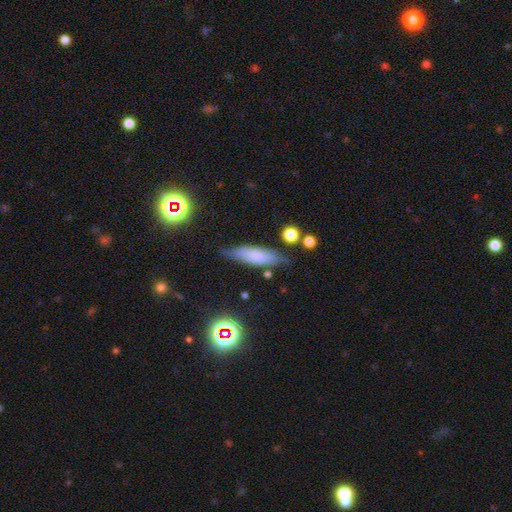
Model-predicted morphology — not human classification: This appears to be a smooth galaxy with no disk features (67%) that is cigar-shaped (56%). Merging: none (73%).